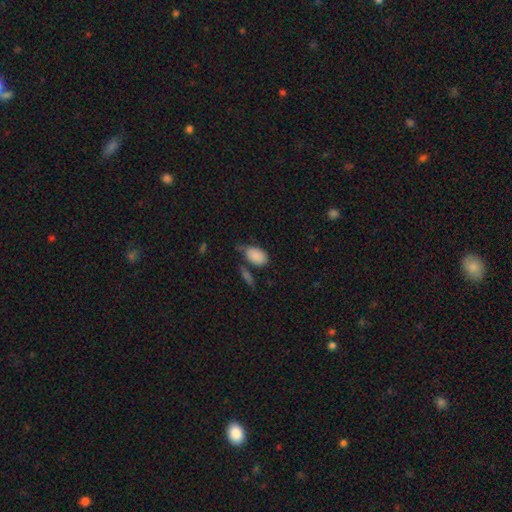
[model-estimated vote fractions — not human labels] This appears to be a smooth galaxy with no disk features (87%) that is in between round and cigar-shaped (92%). Merging: none (51%).